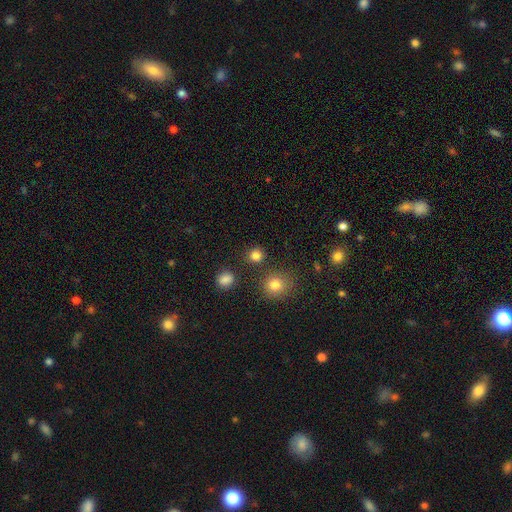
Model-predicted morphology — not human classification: This is clearly a smooth galaxy (82%). How rounded: clearly round (89%). Merging: clearly none (84%).